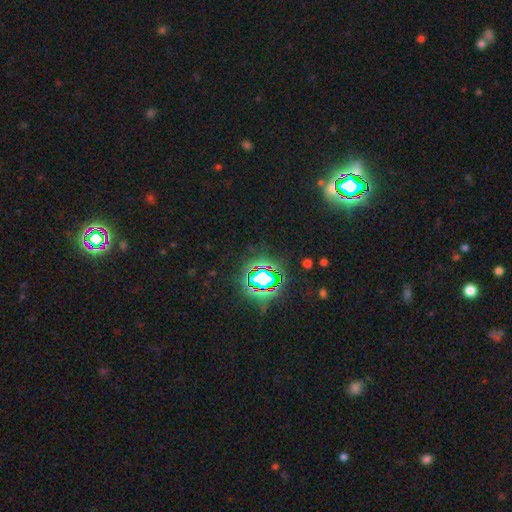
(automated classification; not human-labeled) Smooth or featured? star or artifact (83%)